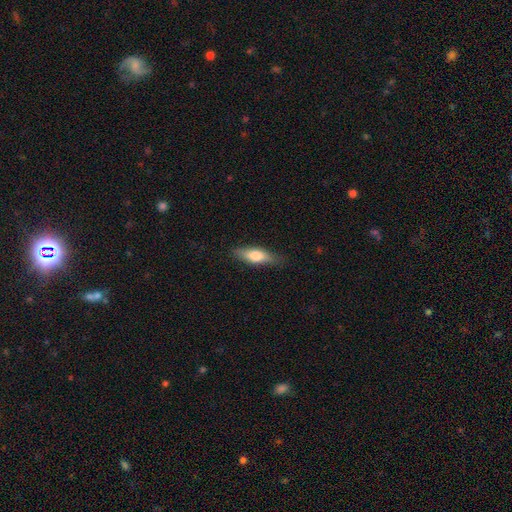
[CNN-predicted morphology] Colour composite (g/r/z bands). It shows a smooth galaxy with no disk features (67%) that is in between round and cigar-shaped (54%). Merging: none (83%).